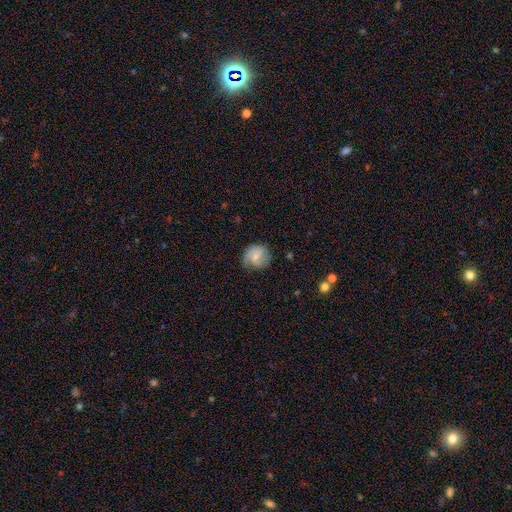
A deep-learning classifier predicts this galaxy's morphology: Overall: featured or disk (57%; smooth 36%). Edge-on disk: no (97%). Bar: weak (51%; no 38%). Spiral arms: yes (88%). Bulge size: small (52%; moderate 35%). Merging: none (69%).